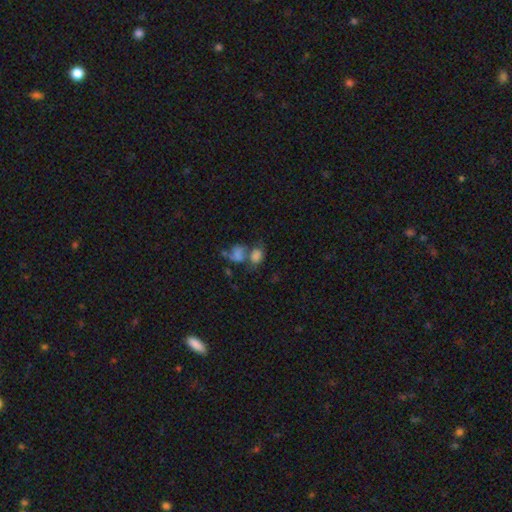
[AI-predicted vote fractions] Smooth or featured? smooth (76%)
How rounded? in between (60%)
Merging? merger (56%)